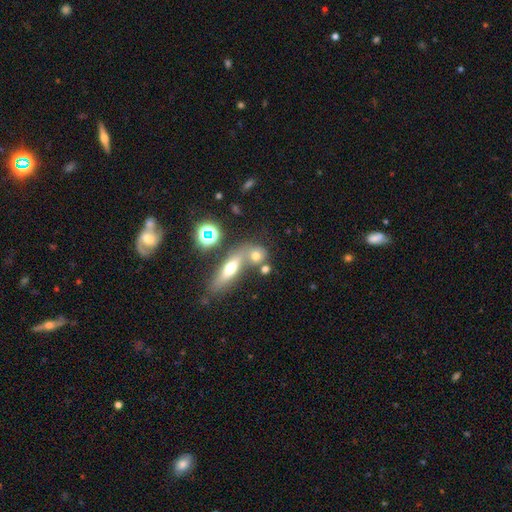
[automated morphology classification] smooth_or_featured: smooth (p=0.63) [alt: featured or disk p=0.19]
how_rounded: round (p=0.58) [alt: in between p=0.31]
merging: none (p=0.47) [alt: merger p=0.37]